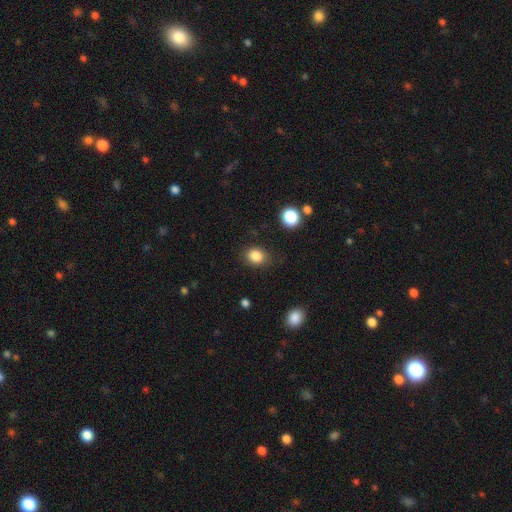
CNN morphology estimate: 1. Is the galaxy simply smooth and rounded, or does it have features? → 85% smooth, 11% star or artifact, 5% featured or disk.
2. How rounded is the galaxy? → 56% round, 43% in between, 1% cigar-shaped.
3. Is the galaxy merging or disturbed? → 83% none, 12% minor disturbance, 3% major disturbance, 2% merger.